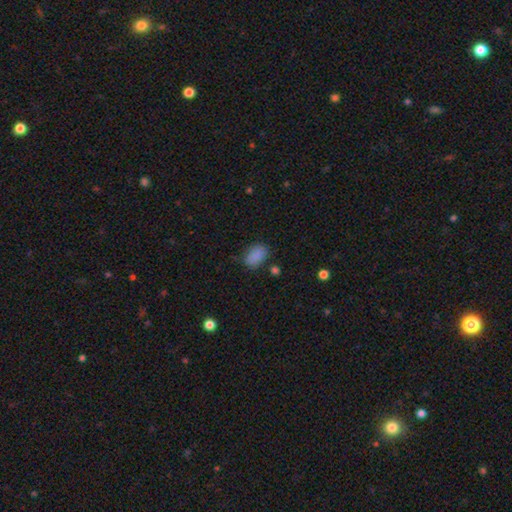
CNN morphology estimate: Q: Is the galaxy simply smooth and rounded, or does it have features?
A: smooth — 86%.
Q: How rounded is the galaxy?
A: in between — 88%.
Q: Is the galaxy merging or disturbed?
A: none — 72%.